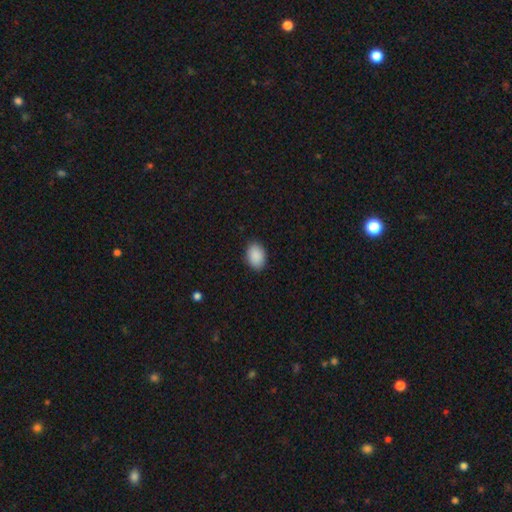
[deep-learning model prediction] Overall: smooth (91%). How rounded: in between (82%). Merging: none (89%).